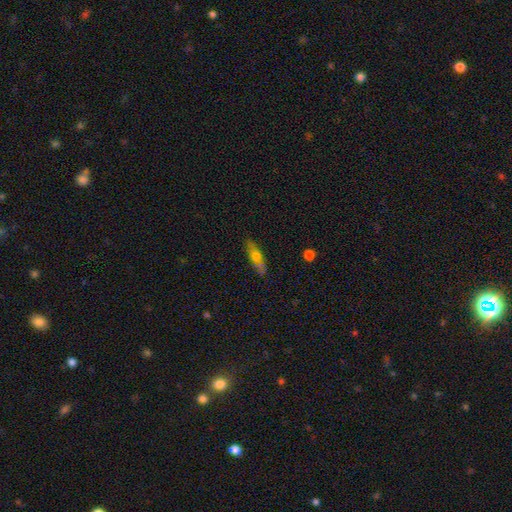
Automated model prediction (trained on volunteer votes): Morphology: type=smooth (62%); roundness=cigar-shaped (54%); merging=none (75%).